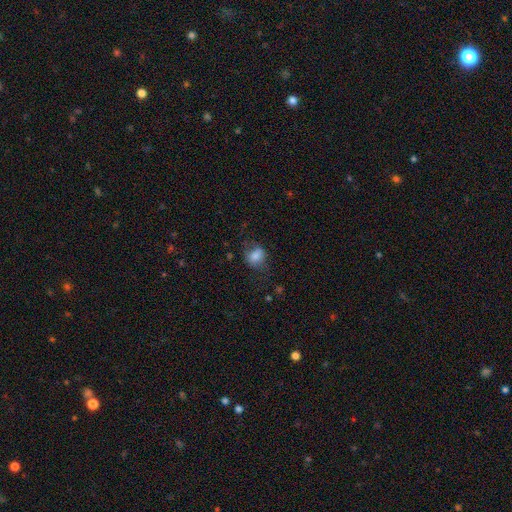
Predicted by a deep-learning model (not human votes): Smooth or featured? smooth (78%)
How rounded? round (54%)
Merging? none (63%)